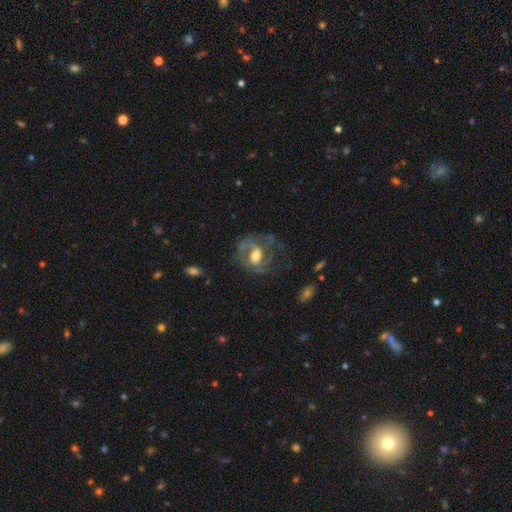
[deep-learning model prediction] Smooth or featured? Predicted: featured or disk (p=0.68). Edge-on disk? Predicted: no (p=0.96). Bar? Predicted: no (p=0.53). Spiral arms? Predicted: yes (p=0.64). Bulge size? Predicted: moderate (p=0.62). Merging? Predicted: none (p=0.47).